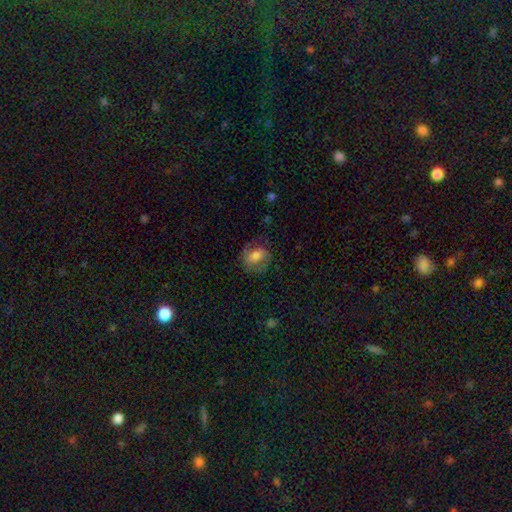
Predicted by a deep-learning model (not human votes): smooth-or-featured: smooth: 59% | featured or disk: 33% | star or artifact: 8%
  how-rounded: in between: 55% | round: 44% | cigar-shaped: 1%
  merging: none: 65% | minor disturbance: 21% | major disturbance: 13% | merger: 1%